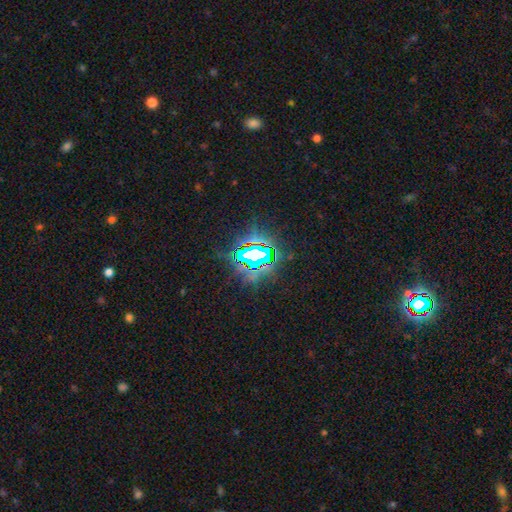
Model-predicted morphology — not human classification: This is likely a star or artifact rather than a galaxy (77%).